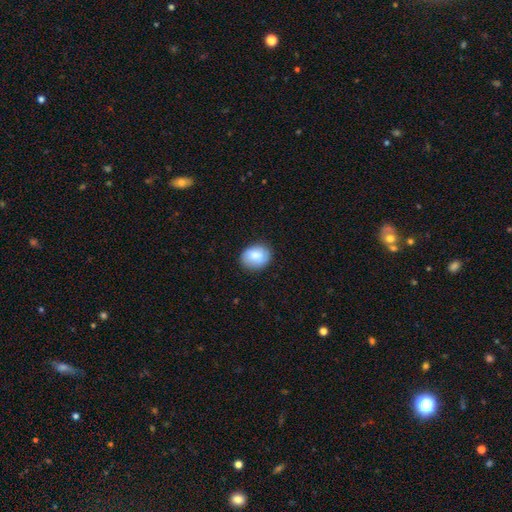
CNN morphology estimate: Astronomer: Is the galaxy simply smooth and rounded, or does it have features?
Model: smooth — 83%.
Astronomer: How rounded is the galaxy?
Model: in between — 58% (runner-up: round, 41%).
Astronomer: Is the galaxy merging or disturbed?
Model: none — 83%.